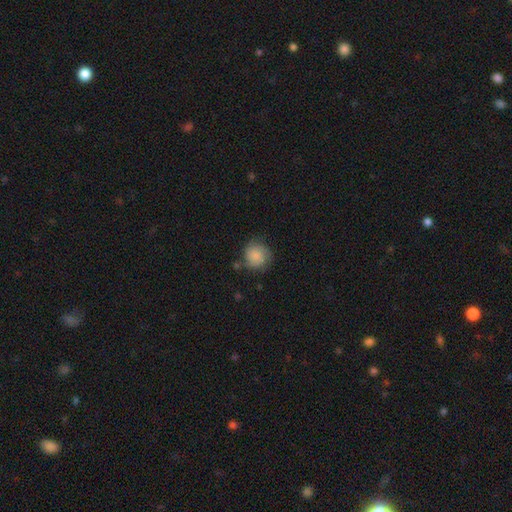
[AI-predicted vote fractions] The model was most divided on "merging": none: 69%, minor disturbance: 21%, major disturbance: 7%, merger: 4%. More confident: how rounded — round (87%); smooth or featured — smooth (77%).